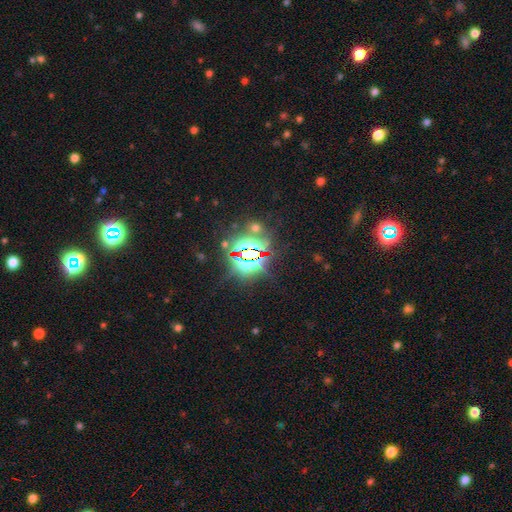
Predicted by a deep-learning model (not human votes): Smooth or featured? Predicted: star or artifact (p=0.83).